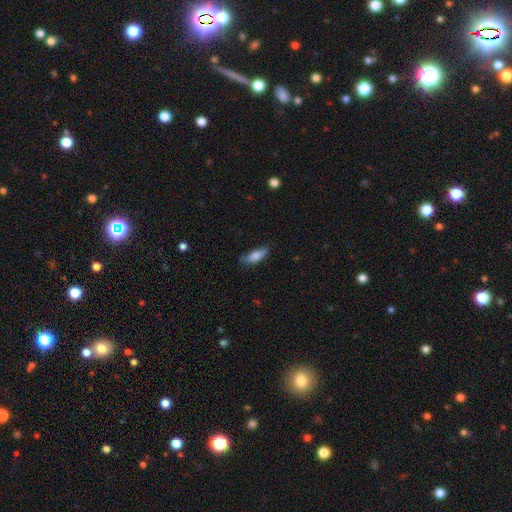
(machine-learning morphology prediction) smooth 79%, featured or disk 14%, star or artifact 7%. Down the decision tree: how rounded — in between (56%); merging — none (64%).